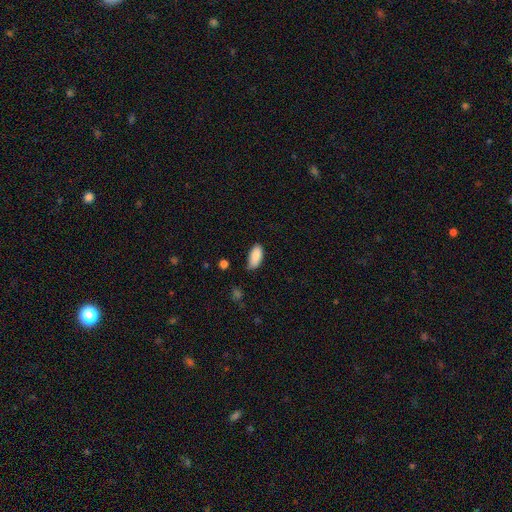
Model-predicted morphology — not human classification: This is clearly a smooth galaxy (88%). How rounded: clearly in between (92%). Merging: possibly none (60%).